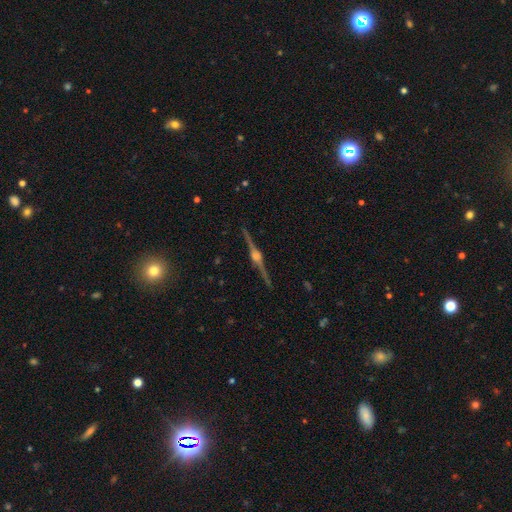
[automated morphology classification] A featured or disk galaxy (89%) viewed edge-on (99%) with a rounded central bulge (91%).

Vote fractions:
- Smooth or featured? featured or disk: 89% / star or artifact: 6% / smooth: 5%
- Edge-on disk? yes: 99% / no: 1%
- Edge-on bulge? rounded: 91% / boxy: 7% / none: 2%
- Merging? none: 91% / minor disturbance: 6% / major disturbance: 1% / merger: 1%